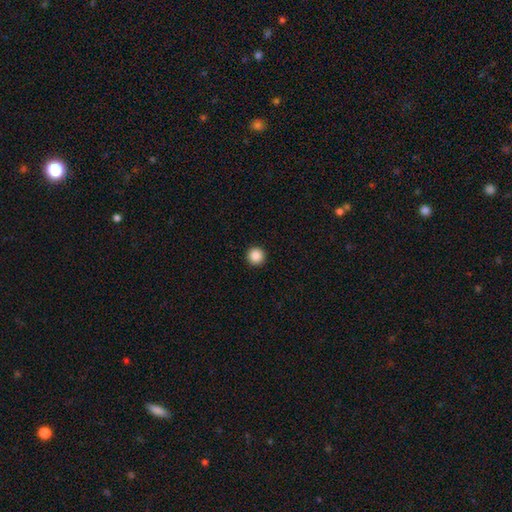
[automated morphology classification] smooth_or_featured: smooth (p=0.87) [alt: star or artifact p=0.10]
how_rounded: round (p=0.96) [alt: in between p=0.03]
merging: none (p=0.94) [alt: minor disturbance p=0.04]